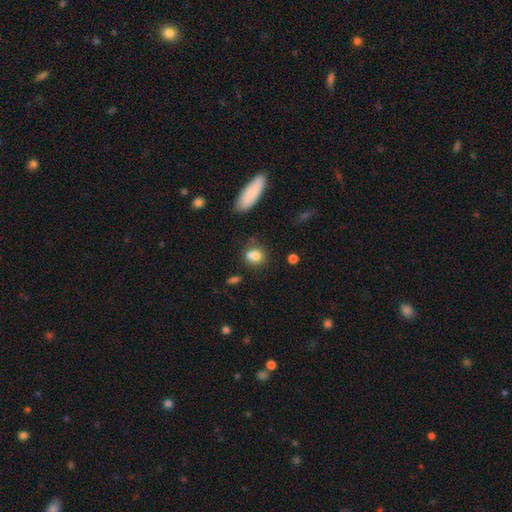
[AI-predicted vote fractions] Smooth or featured?
  - smooth: 78% *
  - star or artifact: 11%
  - featured or disk: 11%
How rounded?
  - round: 54% *
  - in between: 44%
  - cigar-shaped: 3%
Merging?
  - none: 50% *
  - merger: 28%
  - minor disturbance: 16%
  - major disturbance: 6%